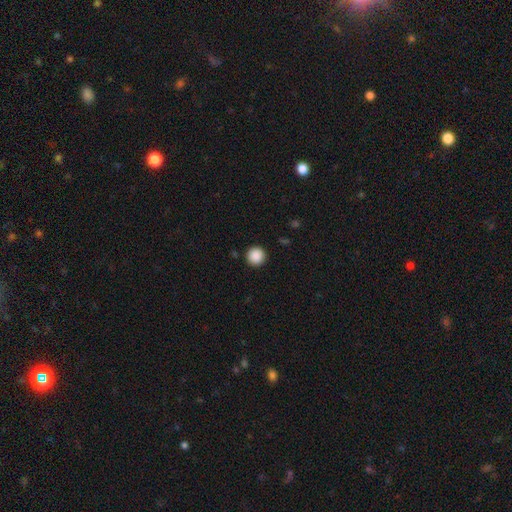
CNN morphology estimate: smooth 89%, star or artifact 9%, featured or disk 2%. Down the decision tree: how rounded — round (96%); merging — none (92%).